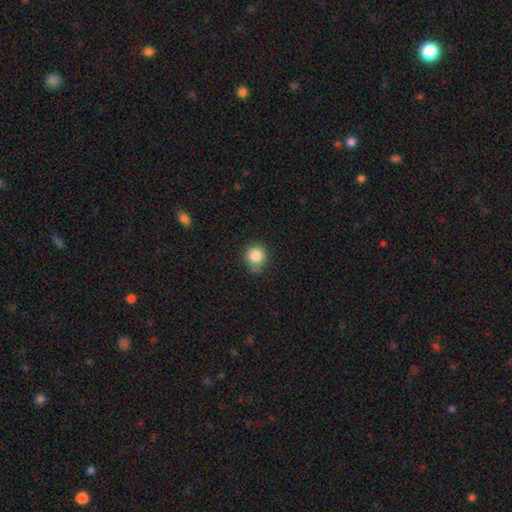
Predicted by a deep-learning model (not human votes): Smooth or featured?
  - smooth: 85% *
  - star or artifact: 10%
  - featured or disk: 5%
How rounded?
  - round: 87% *
  - in between: 12%
  - cigar-shaped: 1%
Merging?
  - none: 72% *
  - minor disturbance: 22%
  - major disturbance: 4%
  - merger: 2%